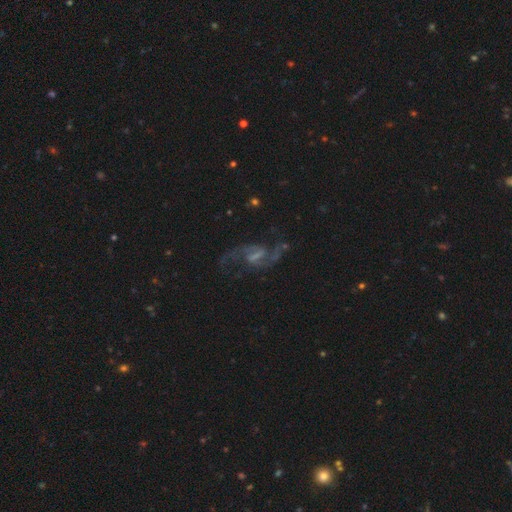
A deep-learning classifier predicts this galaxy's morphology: smooth_or_featured: featured or disk (p=0.88) [alt: star or artifact p=0.07]
disk_edge_on: no (p=0.97) [alt: yes p=0.03]
bar: weak (p=0.53) [alt: strong p=0.33]
has_spiral_arms: yes (p=0.96) [alt: no p=0.04]
spiral_winding: loose (p=0.61) [alt: medium p=0.33]
spiral_arm_count: 2 (p=0.93) [alt: can't tell p=0.02]
bulge_size: none (p=0.42) [alt: small p=0.35]
merging: none (p=0.71) [alt: minor disturbance p=0.15]